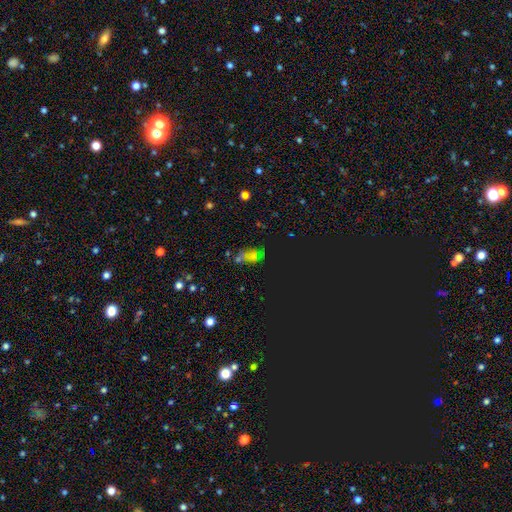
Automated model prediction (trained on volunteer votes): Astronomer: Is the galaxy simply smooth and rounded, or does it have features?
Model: smooth — 42% (runner-up: star or artifact, 40%).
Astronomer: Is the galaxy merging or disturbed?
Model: none — 41% (runner-up: minor disturbance, 20%).